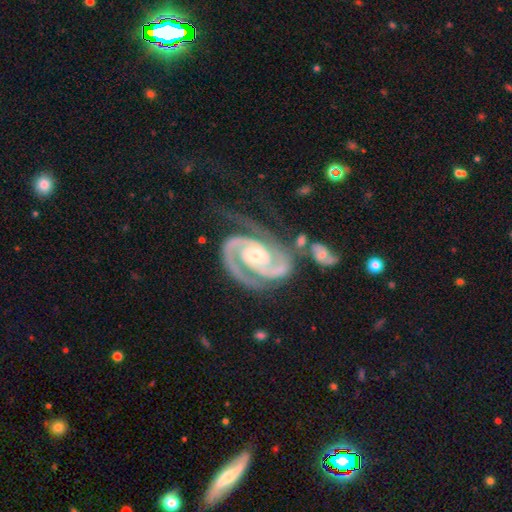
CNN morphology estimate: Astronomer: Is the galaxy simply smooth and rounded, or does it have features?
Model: featured or disk — 94%.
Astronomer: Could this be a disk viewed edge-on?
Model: no — 98%.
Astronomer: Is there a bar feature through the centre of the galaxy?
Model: no — 58%.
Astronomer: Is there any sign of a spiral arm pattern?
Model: yes — 99%.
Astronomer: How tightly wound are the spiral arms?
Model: tight — 64%.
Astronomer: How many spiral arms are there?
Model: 2 — 90%.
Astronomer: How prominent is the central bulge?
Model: moderate — 48% (runner-up: small, 45%).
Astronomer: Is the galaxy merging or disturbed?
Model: none — 59%.